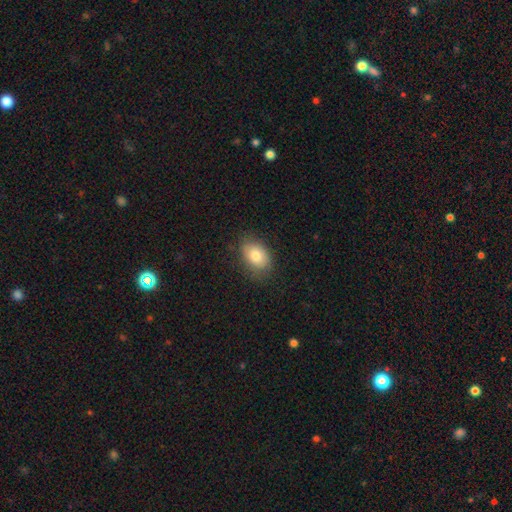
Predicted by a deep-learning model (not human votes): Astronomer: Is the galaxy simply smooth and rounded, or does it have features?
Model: smooth — 80%.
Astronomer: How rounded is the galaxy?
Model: in between — 82%.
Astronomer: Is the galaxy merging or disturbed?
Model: none — 76%.